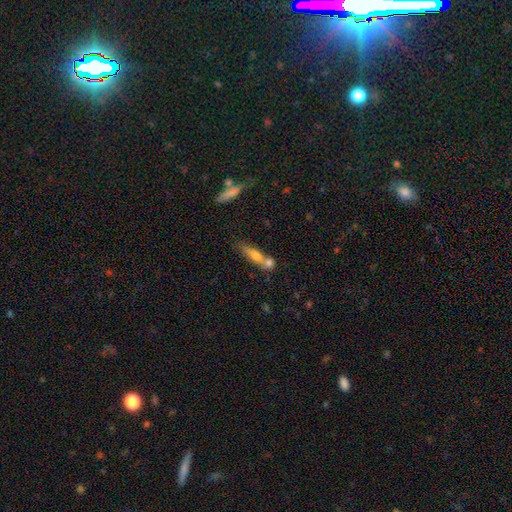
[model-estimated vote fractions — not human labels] Smooth or featured? Predicted: smooth (p=0.59). How rounded? Predicted: cigar-shaped (p=0.64). Merging? Predicted: merger (p=0.43).